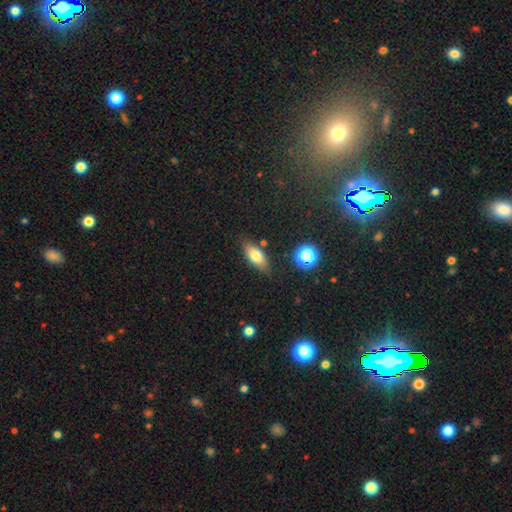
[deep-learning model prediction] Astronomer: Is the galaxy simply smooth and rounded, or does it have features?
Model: smooth — 73%.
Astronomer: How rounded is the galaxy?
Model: in between — 80%.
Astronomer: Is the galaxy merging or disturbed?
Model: none — 80%.